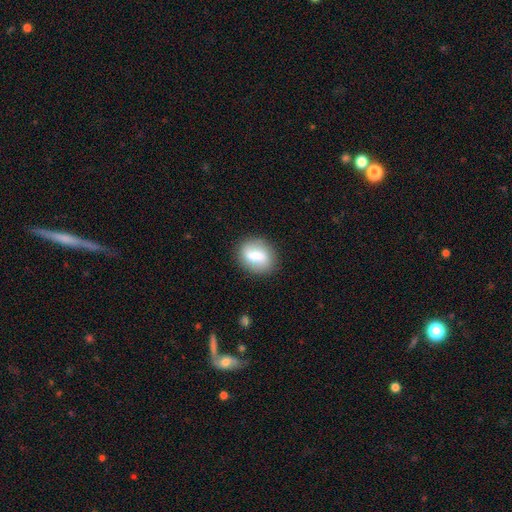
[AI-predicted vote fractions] This is likely a smooth galaxy (69%). How rounded: possibly in between (60%). Merging: clearly none (80%).